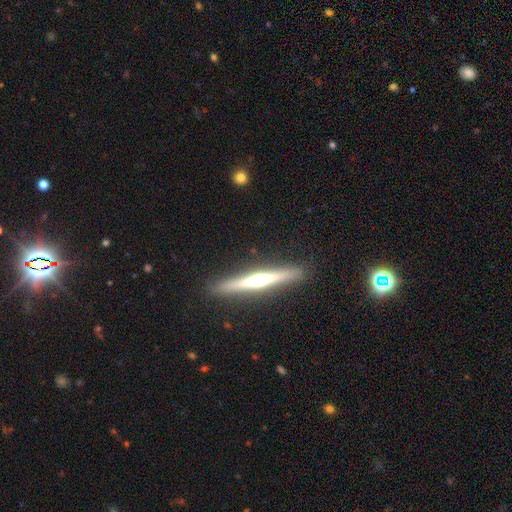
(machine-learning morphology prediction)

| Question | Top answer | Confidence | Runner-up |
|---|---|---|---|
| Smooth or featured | featured or disk | 72% | smooth (21%) |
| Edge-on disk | yes | 97% | no (3%) |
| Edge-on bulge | rounded | 85% | none (11%) |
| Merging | none | 91% | minor disturbance (7%) |